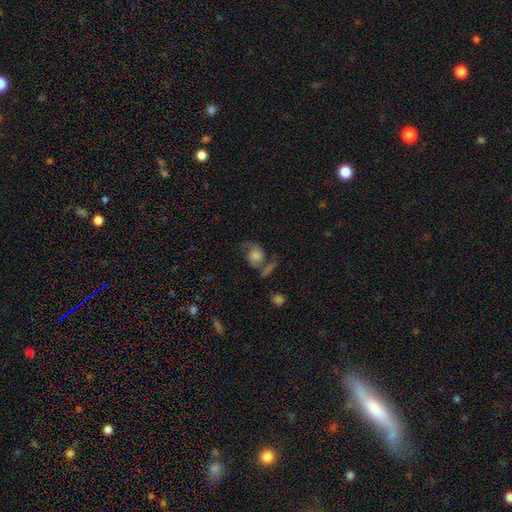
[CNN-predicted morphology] Overall: featured or disk (50%; smooth 40%). Merging: none (45%; minor disturbance 21%).